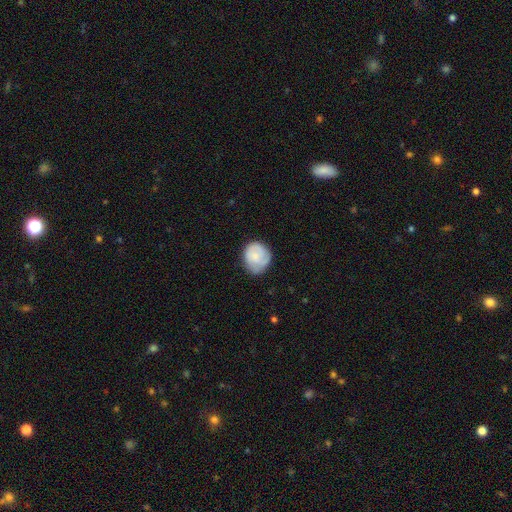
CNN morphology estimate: A smooth galaxy with no disk features (72%) that is round (75%).

Vote fractions:
- Smooth or featured? smooth: 72% / featured or disk: 21% / star or artifact: 7%
- How rounded? round: 75% / in between: 24% / cigar-shaped: 1%
- Merging? none: 67% / minor disturbance: 25% / major disturbance: 6% / merger: 1%